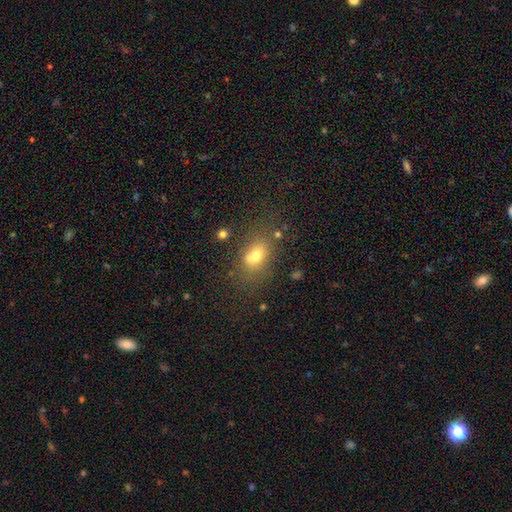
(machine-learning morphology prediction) The model was most divided on "merging": none: 61%, minor disturbance: 18%, merger: 13%, major disturbance: 9%. More confident: how rounded — in between (71%); smooth or featured — smooth (70%).